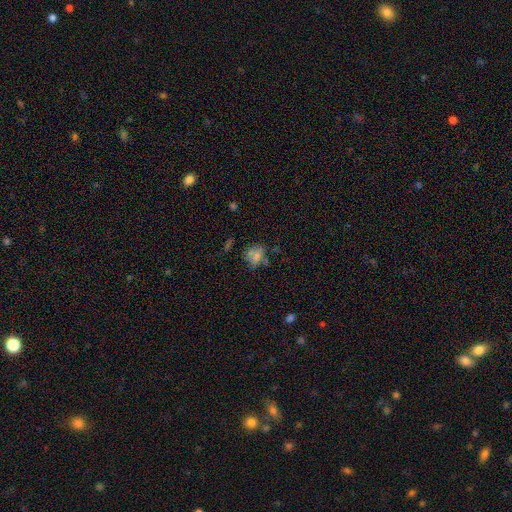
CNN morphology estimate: A smooth galaxy with no disk features (61%) that is in between round and cigar-shaped (53%). Merging: none (52%).